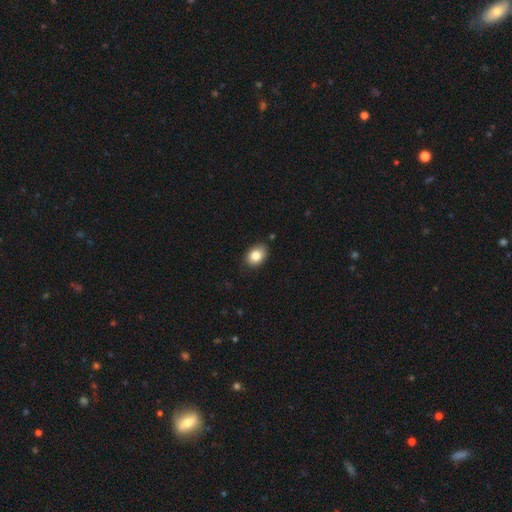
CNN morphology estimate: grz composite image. It shows a smooth galaxy with no disk features (84%) that is in between round and cigar-shaped (68%). Merging: none (82%).